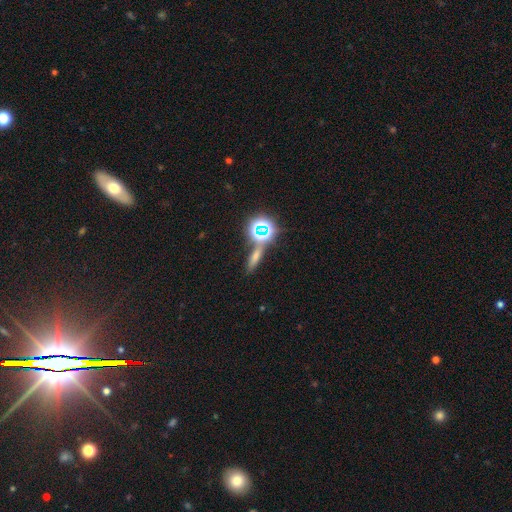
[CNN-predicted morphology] This is marginally a smooth galaxy (41%). Merging: likely none (73%).